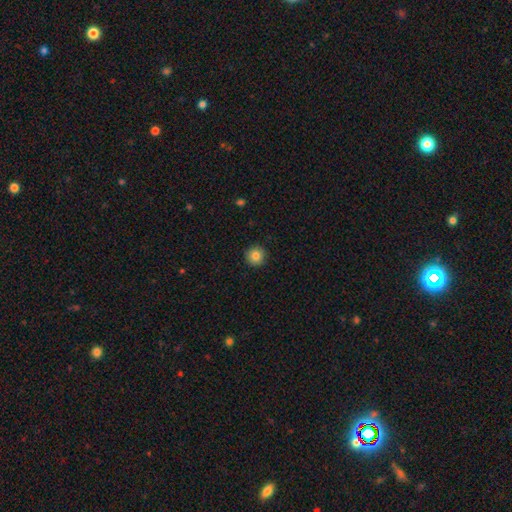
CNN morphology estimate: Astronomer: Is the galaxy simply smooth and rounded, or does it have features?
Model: smooth — 83%.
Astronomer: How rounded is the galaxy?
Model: round — 95%.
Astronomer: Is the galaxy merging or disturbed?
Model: none — 92%.